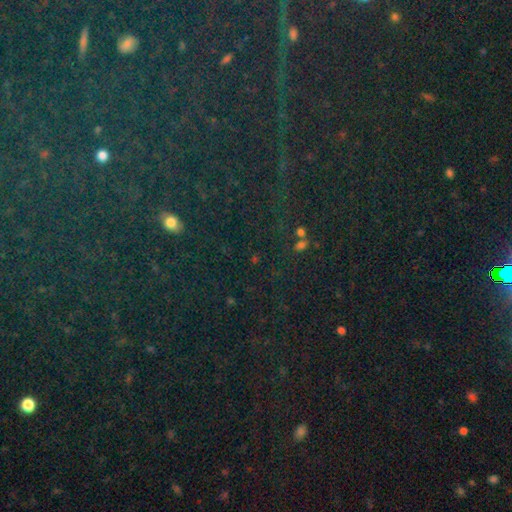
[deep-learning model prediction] The model was most divided on "smooth or featured": star or artifact: 82%, smooth: 11%, featured or disk: 8%.